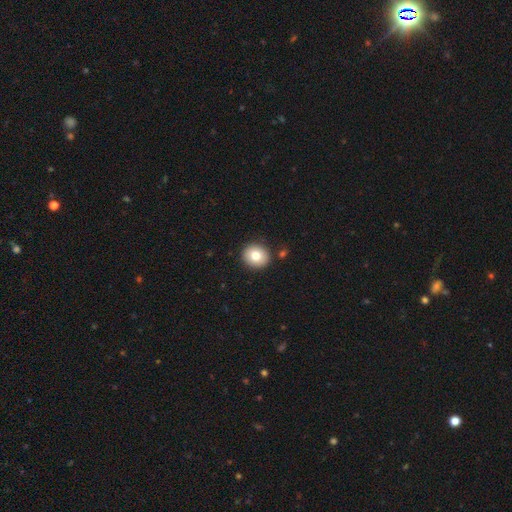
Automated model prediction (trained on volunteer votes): smooth-or-featured: smooth: 79% | featured or disk: 12% | star or artifact: 9%
  how-rounded: round: 81% | in between: 19% | cigar-shaped: 1%
  merging: none: 88% | minor disturbance: 7% | merger: 3% | major disturbance: 2%